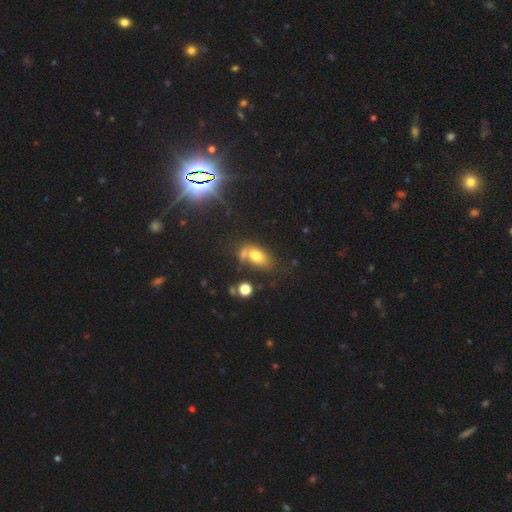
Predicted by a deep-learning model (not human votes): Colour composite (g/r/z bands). It shows a smooth galaxy with no disk features (71%) that is in between round and cigar-shaped (84%). Merging: none (48%).